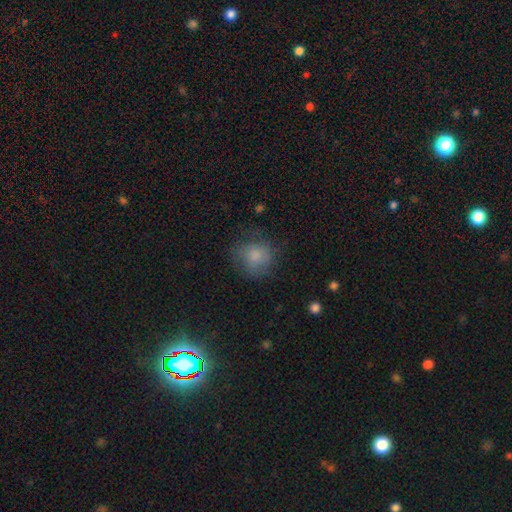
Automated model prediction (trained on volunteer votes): Smooth or featured: smooth — 80% (featured or disk — 10%)
How rounded: round — 82% (in between — 17%)
Merging: none — 65% (minor disturbance — 22%)